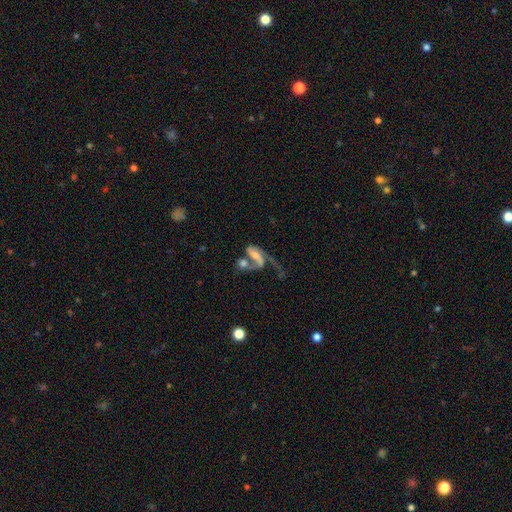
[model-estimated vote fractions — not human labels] Morphology: type=featured or disk (65%); edge-on=no (95%); bar=no (43%); spiral arms=yes (78%); bulge=small (33%); merging=merger (48%).